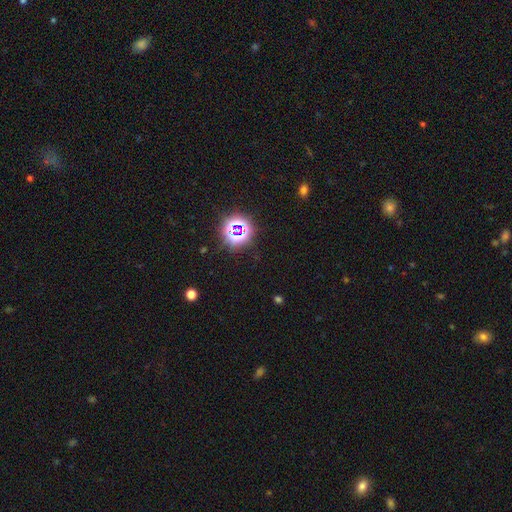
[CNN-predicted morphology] Smooth or featured?
  - star or artifact: 76% *
  - smooth: 16%
  - featured or disk: 8%